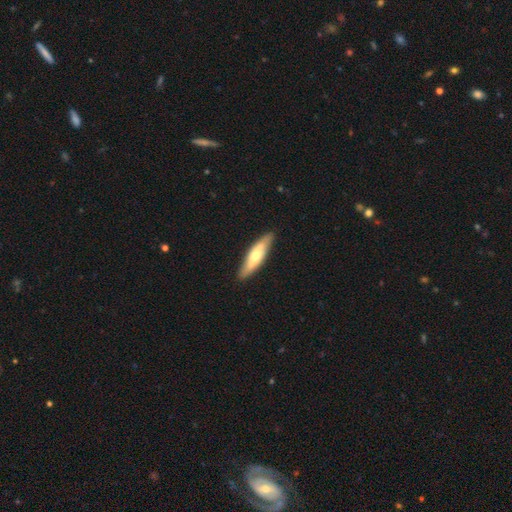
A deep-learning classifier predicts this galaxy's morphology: This is possibly a smooth galaxy (54%). How rounded: likely cigar-shaped (67%). Merging: clearly none (88%).